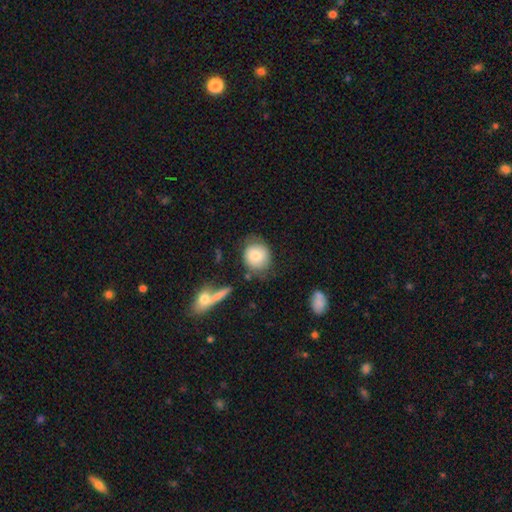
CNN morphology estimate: The model was most divided on "merging": none: 68%, minor disturbance: 19%, major disturbance: 7%, merger: 5%. More confident: how rounded — round (80%); smooth or featured — smooth (78%).